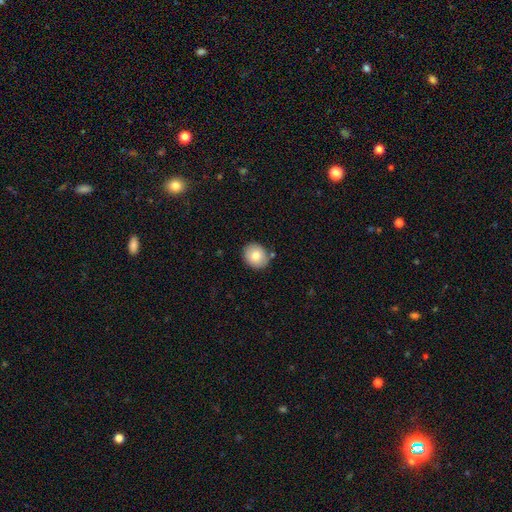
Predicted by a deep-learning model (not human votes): Q: Smooth or featured?
A: smooth (78%); runner-up: featured or disk (13%)
Q: How rounded?
A: round (71%); runner-up: in between (29%)
Q: Merging?
A: none (81%); runner-up: minor disturbance (11%)